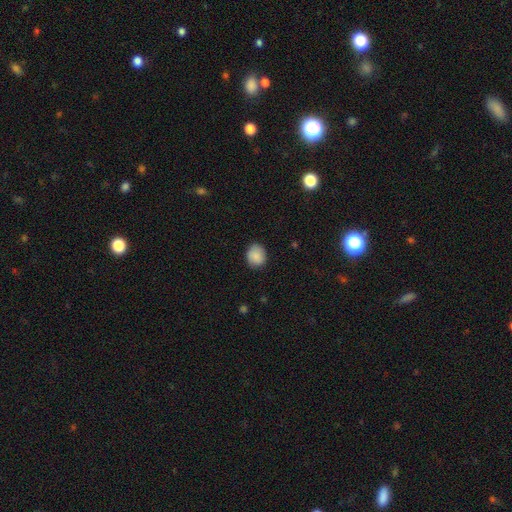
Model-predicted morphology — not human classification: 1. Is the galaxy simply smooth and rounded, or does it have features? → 87% smooth, 8% star or artifact, 5% featured or disk.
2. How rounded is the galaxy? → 68% round, 31% in between, 1% cigar-shaped.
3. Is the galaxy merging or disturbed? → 83% none, 13% minor disturbance, 3% major disturbance, 1% merger.